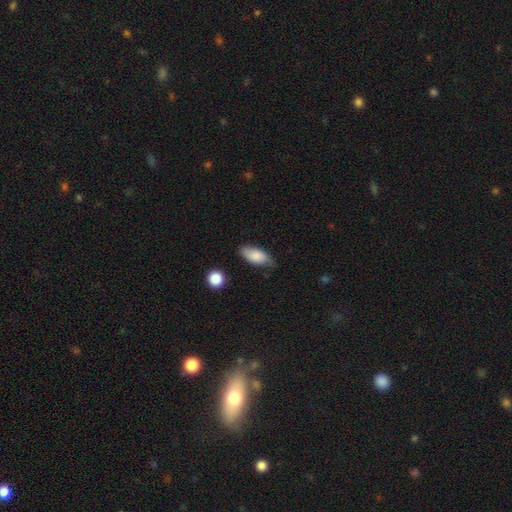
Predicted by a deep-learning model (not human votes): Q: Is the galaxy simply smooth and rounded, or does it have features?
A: smooth — 82%.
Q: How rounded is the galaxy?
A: in between — 88%.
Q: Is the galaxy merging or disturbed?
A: none — 66%.